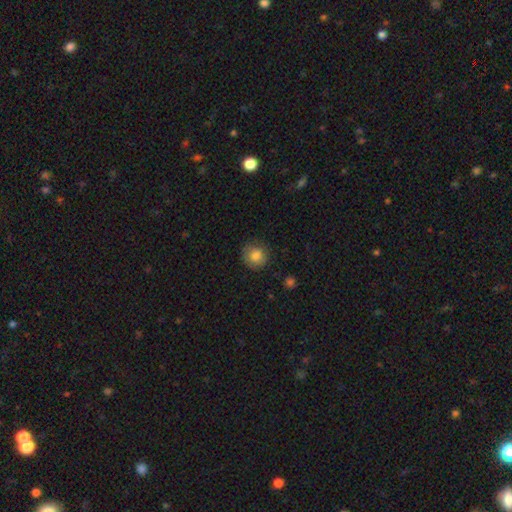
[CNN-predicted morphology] Q: Smooth or featured?
A: smooth (82%); runner-up: featured or disk (9%)
Q: How rounded?
A: round (91%); runner-up: in between (8%)
Q: Merging?
A: none (83%); runner-up: minor disturbance (13%)